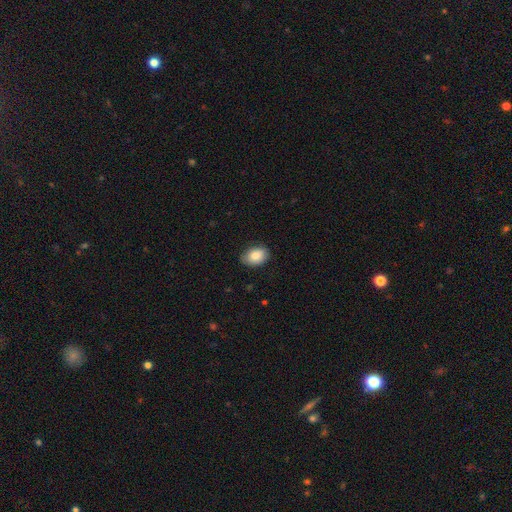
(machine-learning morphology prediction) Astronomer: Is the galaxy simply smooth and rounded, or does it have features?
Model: smooth — 85%.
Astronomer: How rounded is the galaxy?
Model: in between — 83%.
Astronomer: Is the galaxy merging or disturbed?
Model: none — 82%.